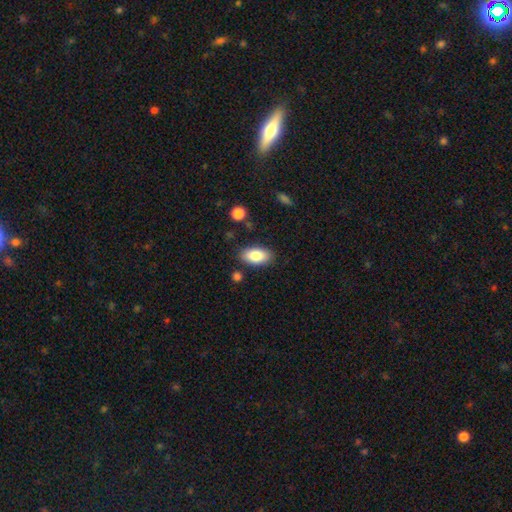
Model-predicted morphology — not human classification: Smooth or featured? smooth (84%)
How rounded? in between (93%)
Merging? none (84%)